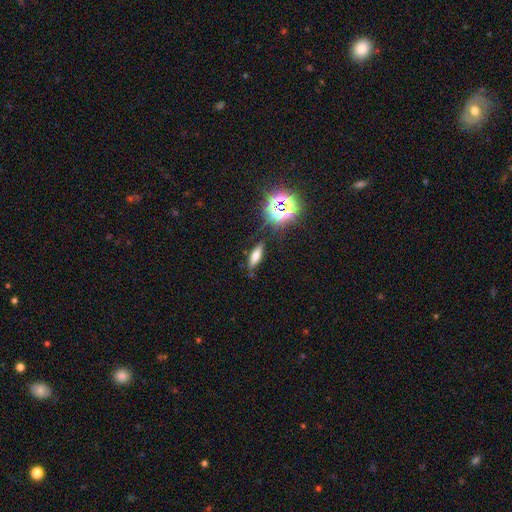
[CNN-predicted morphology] Smooth or featured: smooth — 57% (featured or disk — 24%)
How rounded: cigar-shaped — 48% (in between — 47%)
Merging: none — 80% (minor disturbance — 13%)